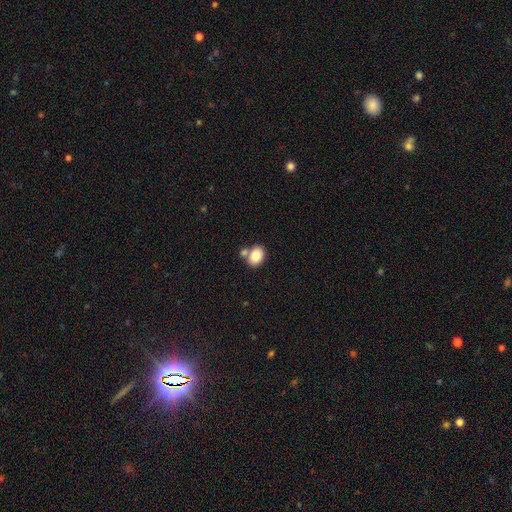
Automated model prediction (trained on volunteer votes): Overall: smooth (84%). How rounded: in between (69%; round 30%). Merging: none (58%; merger 28%).